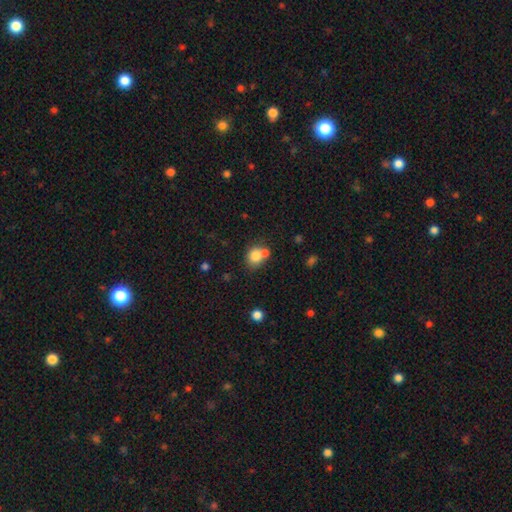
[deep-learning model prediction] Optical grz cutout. It shows a smooth galaxy with no disk features (79%) that is round (72%). Merging: none (45%).